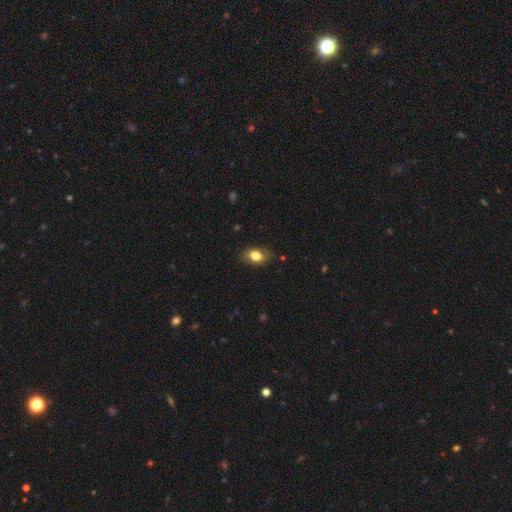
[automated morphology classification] This is likely a smooth galaxy (79%). How rounded: clearly in between (85%). Merging: clearly none (80%).